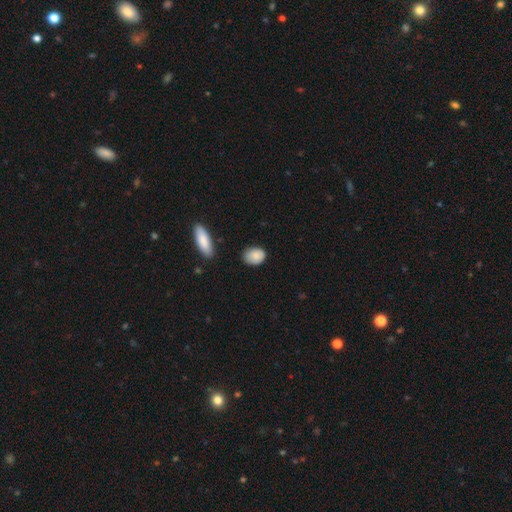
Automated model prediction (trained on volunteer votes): This is clearly a smooth galaxy (86%). How rounded: likely in between (76%). Merging: likely none (73%).